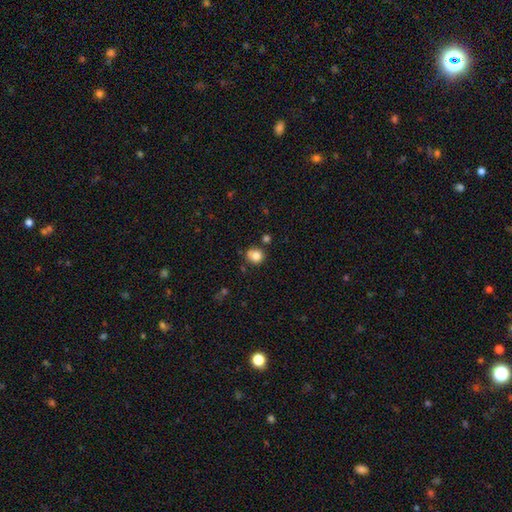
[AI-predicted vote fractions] Smooth or featured? Predicted: smooth (p=0.83). How rounded? Predicted: round (p=0.82). Merging? Predicted: none (p=0.69).